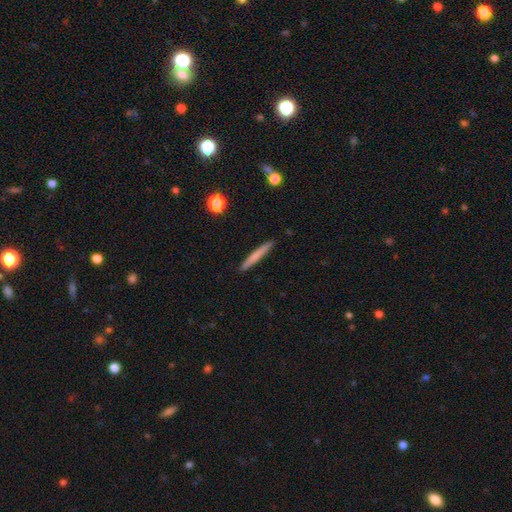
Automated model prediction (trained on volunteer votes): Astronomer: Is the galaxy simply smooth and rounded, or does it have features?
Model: smooth — 68%.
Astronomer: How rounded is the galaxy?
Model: cigar-shaped — 96%.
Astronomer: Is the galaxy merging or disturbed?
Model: none — 91%.